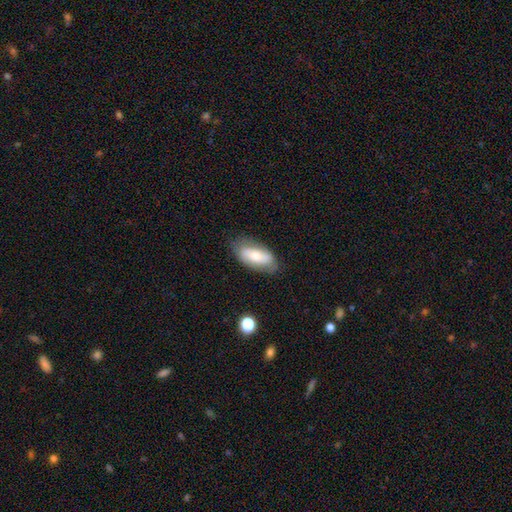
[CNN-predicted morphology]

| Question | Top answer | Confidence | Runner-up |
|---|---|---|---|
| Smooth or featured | smooth | 62% | featured or disk (31%) |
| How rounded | in between | 89% | cigar-shaped (9%) |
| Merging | none | 74% | minor disturbance (19%) |